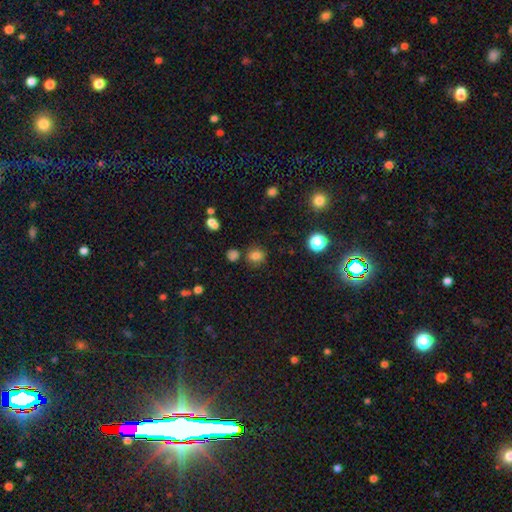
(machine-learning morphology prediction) Smooth or featured: smooth — 77% (star or artifact — 17%)
How rounded: round — 68% (in between — 31%)
Merging: none — 77% (minor disturbance — 13%)